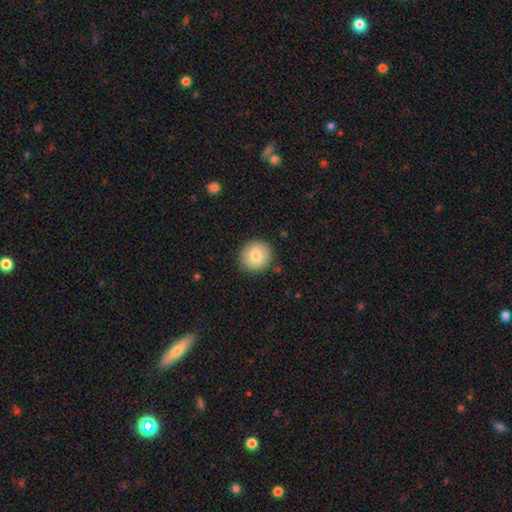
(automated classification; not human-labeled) Morphology: type=smooth (79%); roundness=round (93%); merging=none (88%).